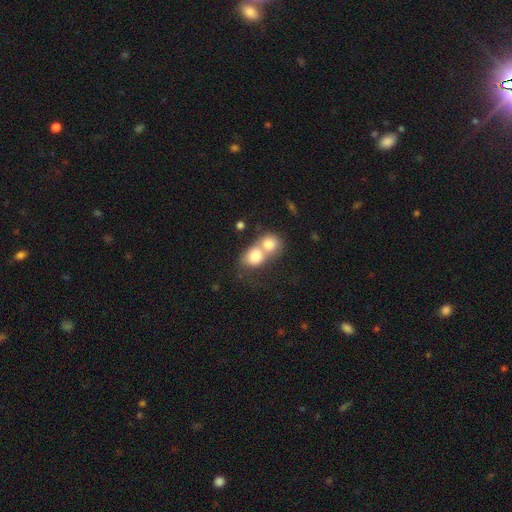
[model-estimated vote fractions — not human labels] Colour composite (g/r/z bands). It shows a smooth galaxy with no disk features (77%) that is round (58%). Merging: merger (74%).